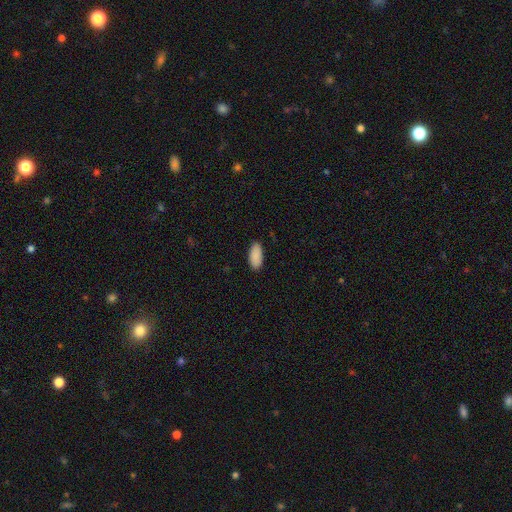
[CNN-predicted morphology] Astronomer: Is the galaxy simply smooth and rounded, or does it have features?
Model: smooth — 90%.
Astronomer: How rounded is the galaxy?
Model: in between — 91%.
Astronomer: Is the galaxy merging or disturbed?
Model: none — 87%.